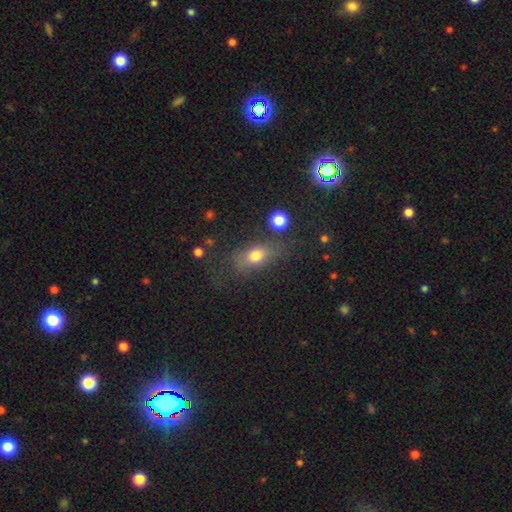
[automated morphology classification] smooth 73%, featured or disk 14%, star or artifact 13%. Down the decision tree: how rounded — in between (70%); merging — none (60%).